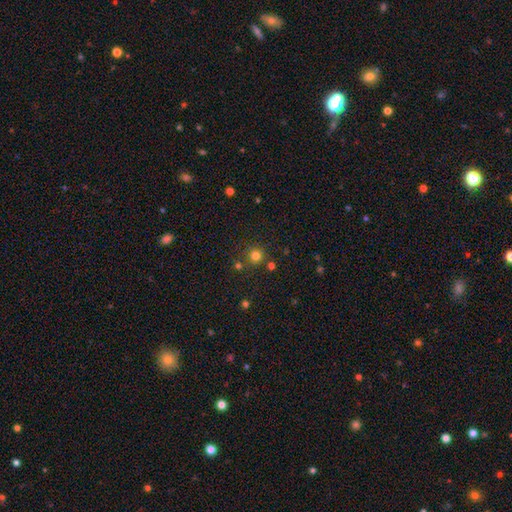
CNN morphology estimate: smooth 76%, star or artifact 18%, featured or disk 6%. Down the decision tree: how rounded — round (93%); merging — none (79%).